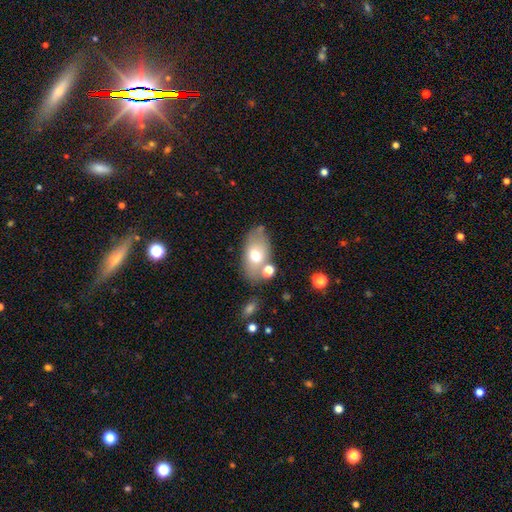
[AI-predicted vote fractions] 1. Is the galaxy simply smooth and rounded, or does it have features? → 66% smooth, 27% featured or disk, 8% star or artifact.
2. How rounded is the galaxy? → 92% in between, 6% round, 2% cigar-shaped.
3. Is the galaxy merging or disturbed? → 62% none, 18% minor disturbance, 14% merger, 7% major disturbance.